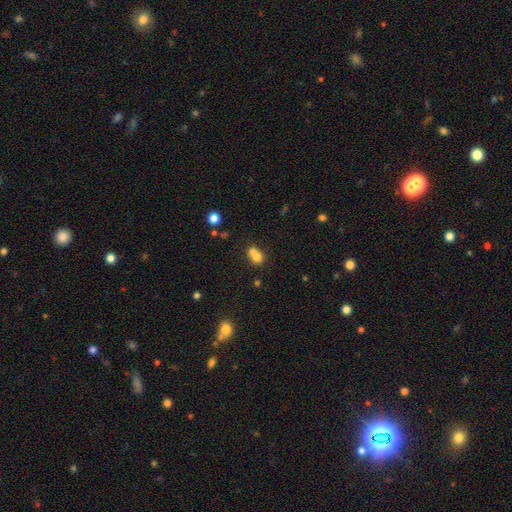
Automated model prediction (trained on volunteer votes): Overall: smooth (72%). How rounded: round (74%). Merging: merger (62%; none 29%).